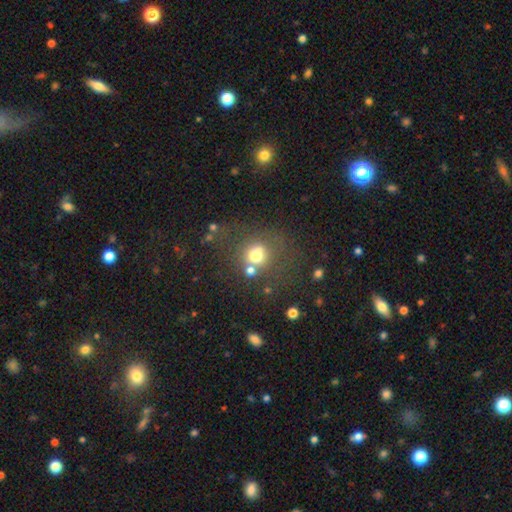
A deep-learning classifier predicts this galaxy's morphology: Smooth or featured?
  - smooth: 64% *
  - star or artifact: 19%
  - featured or disk: 17%
How rounded?
  - round: 73% *
  - in between: 26%
  - cigar-shaped: 1%
Merging?
  - none: 54% *
  - merger: 20%
  - minor disturbance: 15%
  - major disturbance: 12%